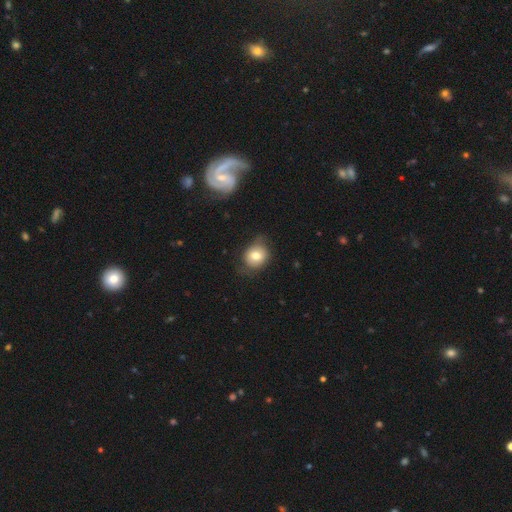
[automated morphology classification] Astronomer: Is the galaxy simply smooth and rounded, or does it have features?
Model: smooth — 72%.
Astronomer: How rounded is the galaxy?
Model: round — 63%.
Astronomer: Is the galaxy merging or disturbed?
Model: none — 61%.